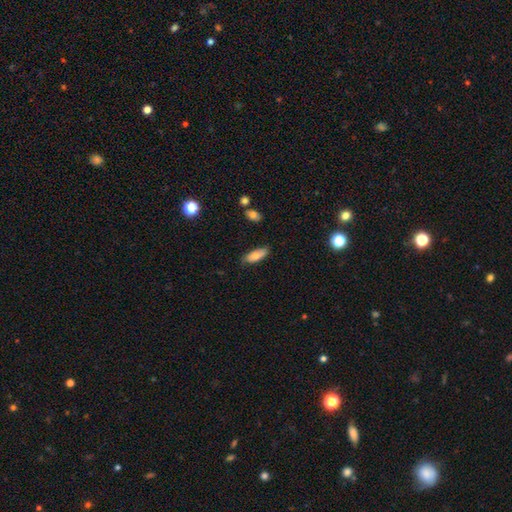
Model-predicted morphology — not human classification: This is likely a smooth galaxy (76%). How rounded: likely in between (69%). Merging: likely none (77%).